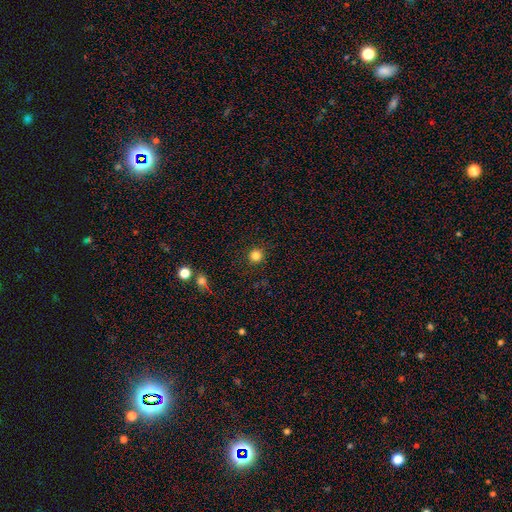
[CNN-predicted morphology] Smooth or featured: smooth — 84% (star or artifact — 12%)
How rounded: round — 94% (in between — 5%)
Merging: none — 92% (minor disturbance — 5%)